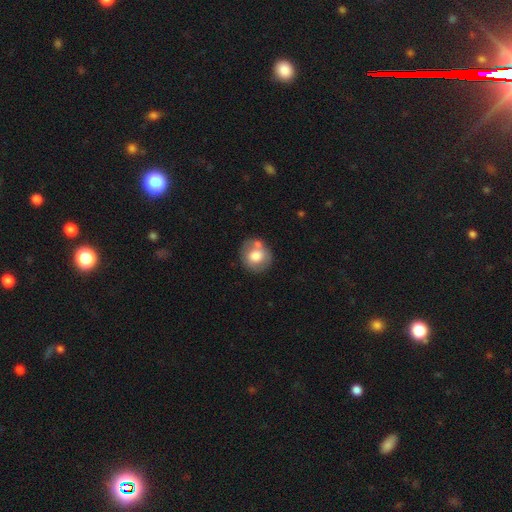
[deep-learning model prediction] This is likely a smooth galaxy (70%). How rounded: clearly round (83%). Merging: likely none (64%).